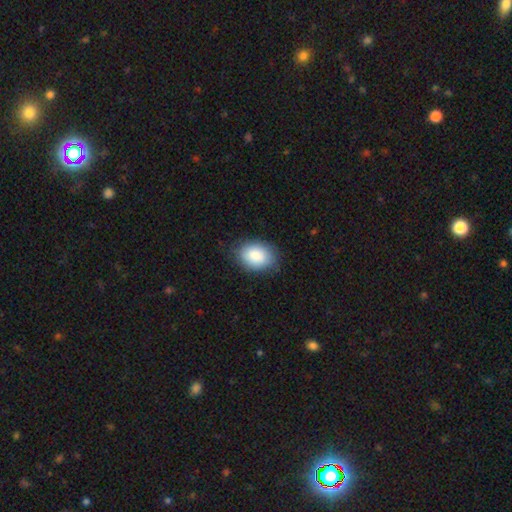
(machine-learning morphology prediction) Smooth or featured?
  - smooth: 87% *
  - star or artifact: 7%
  - featured or disk: 6%
How rounded?
  - in between: 79% *
  - round: 20%
  - cigar-shaped: 1%
Merging?
  - none: 78% *
  - minor disturbance: 17%
  - major disturbance: 4%
  - merger: 1%